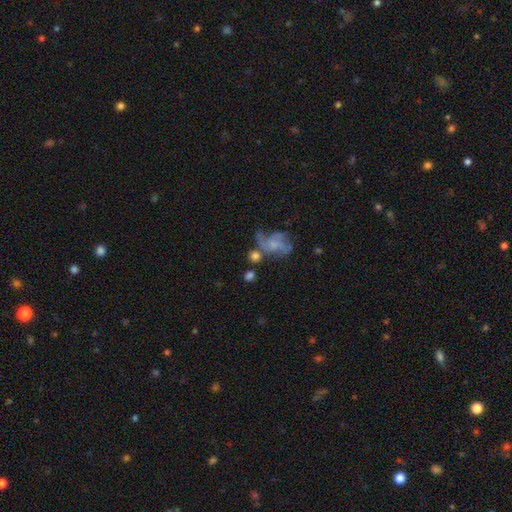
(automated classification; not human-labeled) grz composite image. It shows a featured or disk galaxy (45%). Merging: none (40%).